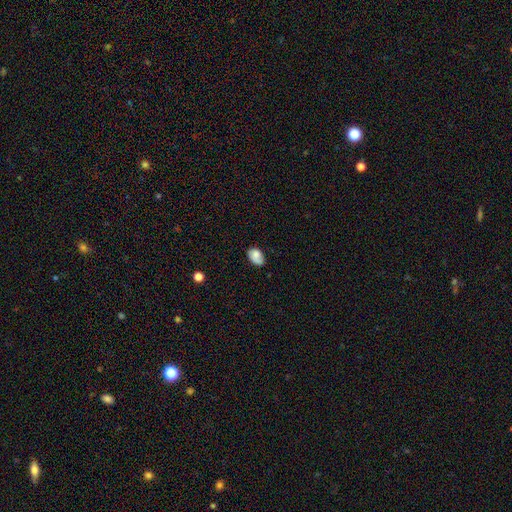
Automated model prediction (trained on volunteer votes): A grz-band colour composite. It shows a smooth galaxy with no disk features (74%) that is in between round and cigar-shaped (84%). Merging: none (59%).